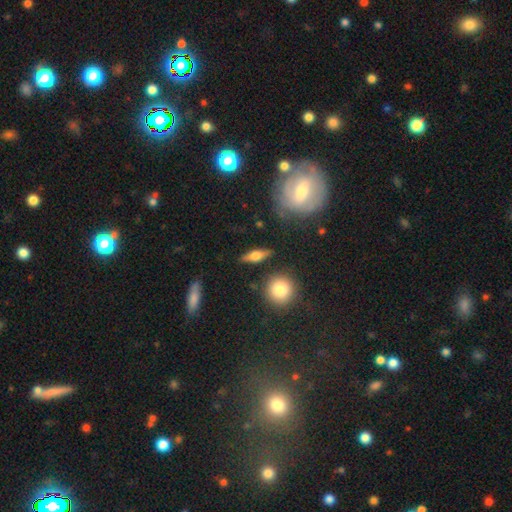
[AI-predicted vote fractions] Overall: featured or disk (52%; smooth 40%). Edge-on disk: yes (89%). Merging: none (85%).